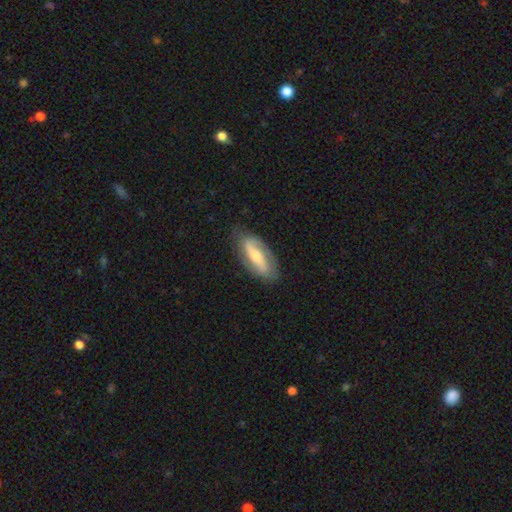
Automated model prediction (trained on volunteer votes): Smooth or featured?
  - featured or disk: 69% *
  - smooth: 25%
  - star or artifact: 5%
Edge-on disk?
  - no: 87% *
  - yes: 13%
Bar?
  - strong: 42% *
  - weak: 32%
  - no: 26%
Spiral arms?
  - yes: 85% *
  - no: 15%
Spiral winding?
  - loose: 47% *
  - medium: 34%
  - tight: 19%
Spiral arm count?
  - 2: 86% *
  - can't tell: 7%
  - 1: 4%
  - 3: 1%
  - 4: 1%
  - more than 4: 1%
Bulge size?
  - moderate: 61% *
  - small: 30%
  - large: 6%
  - none: 2%
  - dominant: 1%
Merging?
  - none: 80% *
  - minor disturbance: 15%
  - major disturbance: 4%
  - merger: 1%